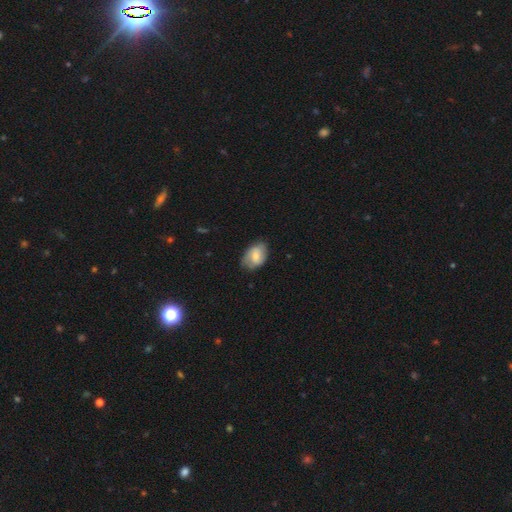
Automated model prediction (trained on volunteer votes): This appears to be a smooth galaxy with no disk features (67%) that is in between round and cigar-shaped (85%). Merging: none (68%).